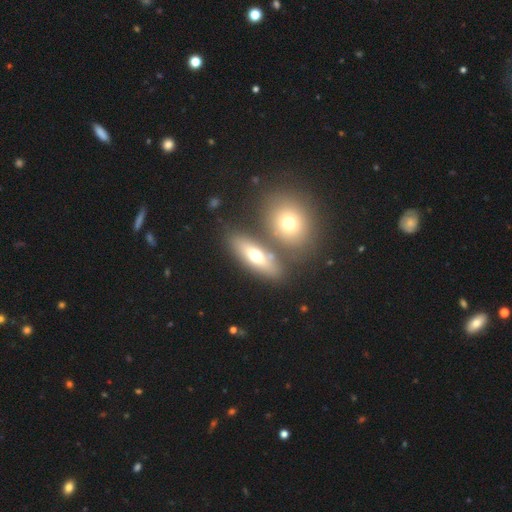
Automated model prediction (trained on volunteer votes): Smooth or featured? Predicted: smooth (p=0.60). How rounded? Predicted: in between (p=0.62). Merging? Predicted: none (p=0.66).